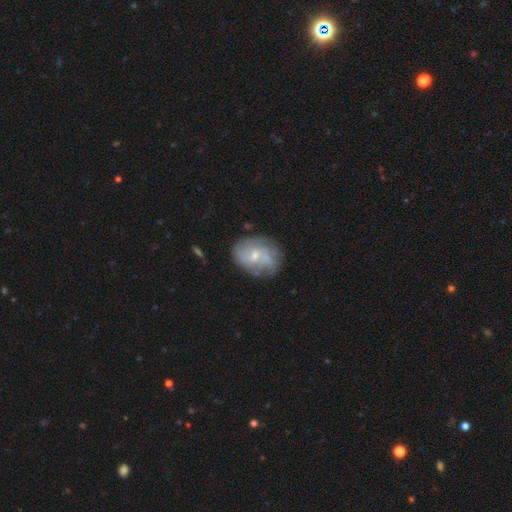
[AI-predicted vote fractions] featured or disk 64%, smooth 28%, star or artifact 8%. Down the decision tree: edge-on disk — no (97%); bar — no (58%); spiral arms — yes (68%); bulge size — small (57%); merging — none (64%).